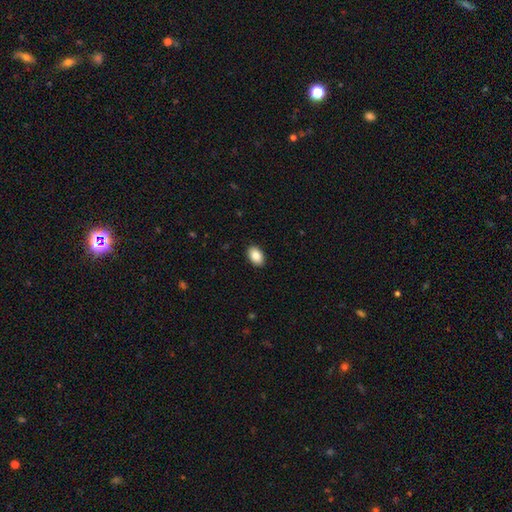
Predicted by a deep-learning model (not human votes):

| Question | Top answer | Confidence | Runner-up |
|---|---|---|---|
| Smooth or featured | smooth | 87% | star or artifact (8%) |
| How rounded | in between | 85% | round (13%) |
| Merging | none | 90% | minor disturbance (7%) |